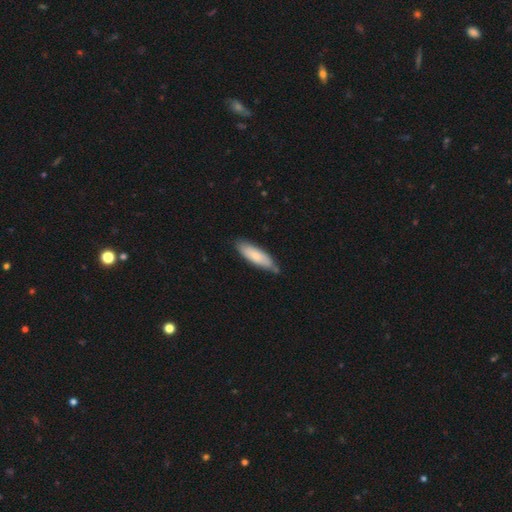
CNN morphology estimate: Smooth or featured? smooth (75%)
How rounded? cigar-shaped (54%)
Merging? none (73%)